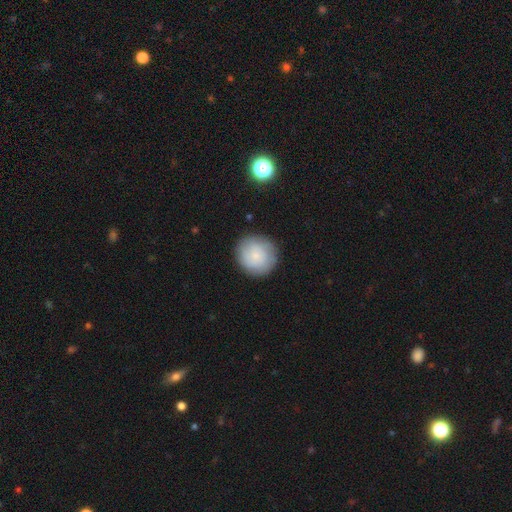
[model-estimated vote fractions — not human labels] This is likely a smooth galaxy (76%). How rounded: clearly round (93%). Merging: clearly none (87%).